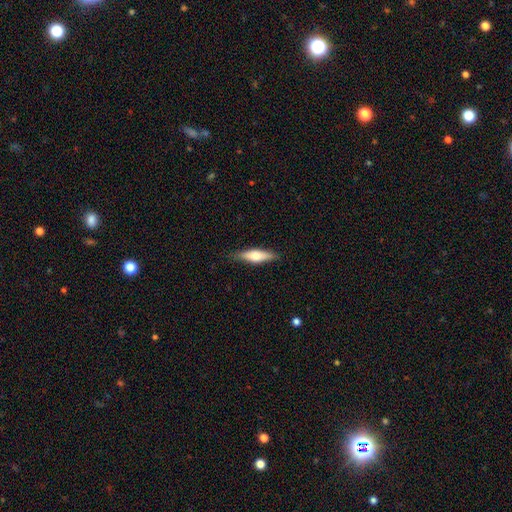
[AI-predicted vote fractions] A smooth galaxy with no disk features (56%) that is cigar-shaped (58%). Merging: none (84%).